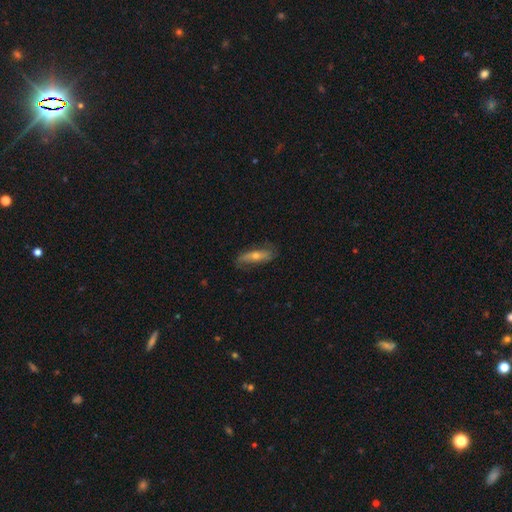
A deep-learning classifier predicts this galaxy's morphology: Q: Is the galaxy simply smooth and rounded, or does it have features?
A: smooth — 47%, tied with featured or disk.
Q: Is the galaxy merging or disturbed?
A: none — 71%.